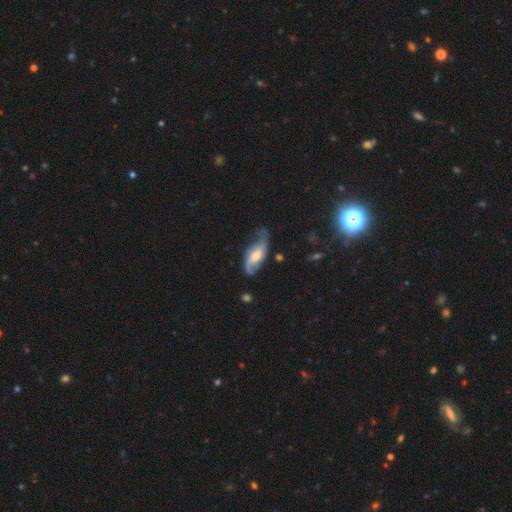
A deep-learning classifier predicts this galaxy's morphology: This is likely a featured or disk galaxy (68%). It is clearly not viewed edge-on (89%). Bar: marginally weak (41%, tied with no). Spiral arm pattern: clearly yes (90%). Spiral arm count: clearly 2 (81%). Spiral winding: possibly loose (57%). Central bulge: likely moderate (60%). Merging: possibly none (49%).